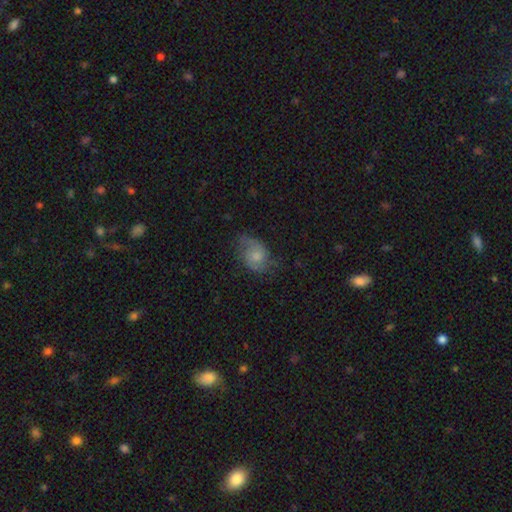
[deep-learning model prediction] Smooth or featured? featured or disk (51%)
Edge-on disk? no (96%)
Merging? none (58%)